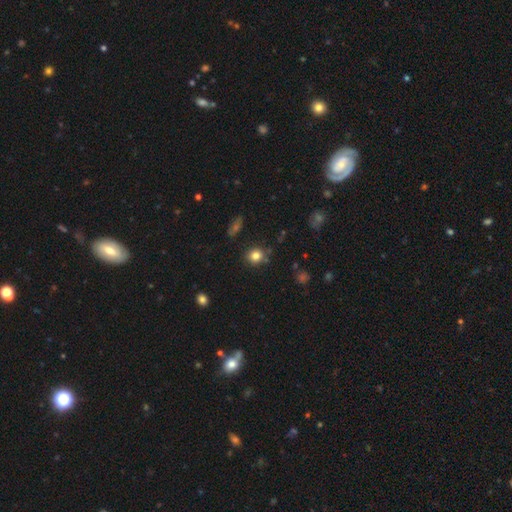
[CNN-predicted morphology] Smooth or featured?
  - smooth: 82% *
  - star or artifact: 12%
  - featured or disk: 7%
How rounded?
  - round: 82% *
  - in between: 16%
  - cigar-shaped: 1%
Merging?
  - none: 83% *
  - minor disturbance: 11%
  - merger: 4%
  - major disturbance: 3%